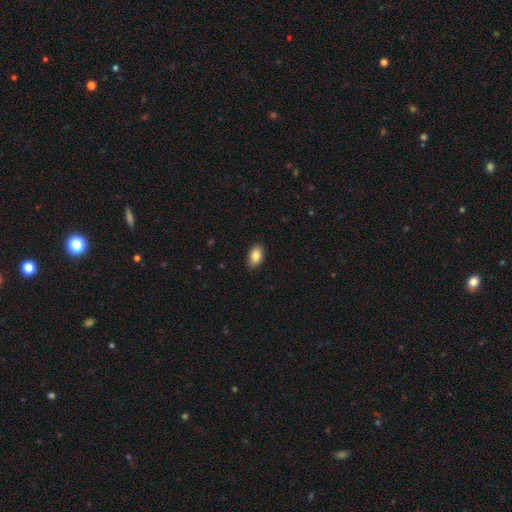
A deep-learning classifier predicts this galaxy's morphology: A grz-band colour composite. It shows a smooth galaxy with no disk features (85%) that is in between round and cigar-shaped (91%). Merging: none (87%).